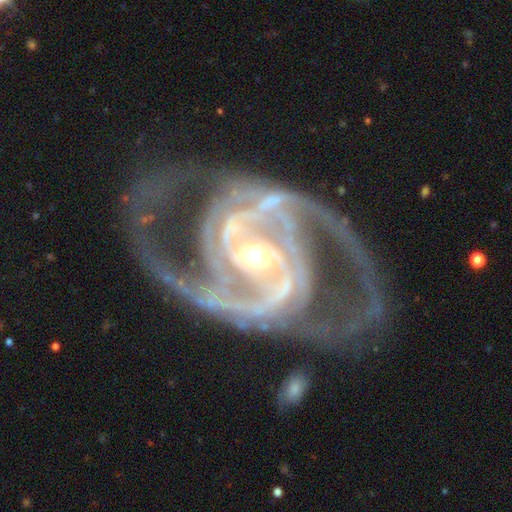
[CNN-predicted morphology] type=featured or disk (94%); edge-on=no (98%); bar=strong (47%); spiral arms=yes (98%); winding=medium (54%); arm count=2 (74%); bulge=small (53%); merging=none (64%).